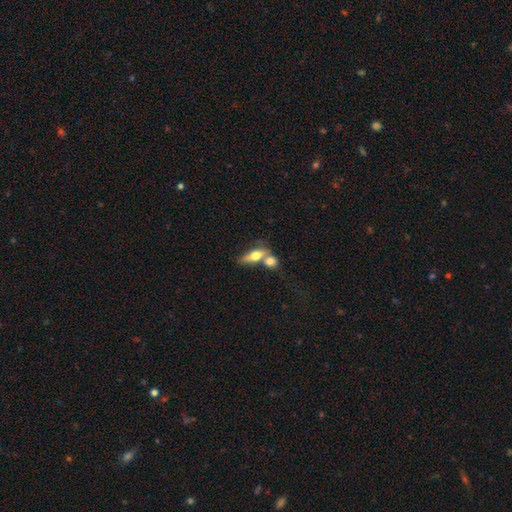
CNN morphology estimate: smooth_or_featured: smooth (p=0.59) [alt: featured or disk p=0.33]
how_rounded: in between (p=0.60) [alt: cigar-shaped p=0.30]
merging: merger (p=0.54) [alt: none p=0.31]